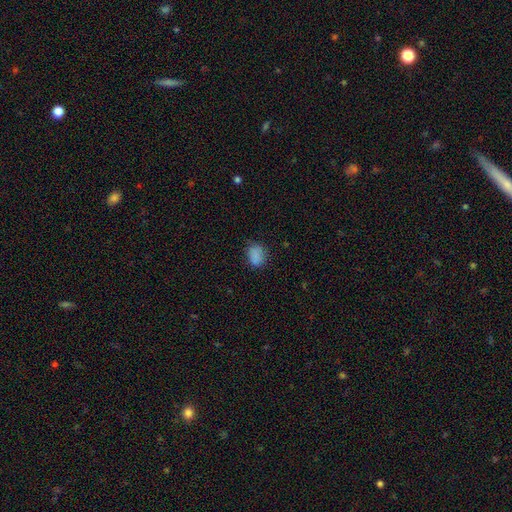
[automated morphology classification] The model was most divided on "how rounded": in between: 62%, round: 37%, cigar-shaped: 1%. More confident: smooth or featured — smooth (84%); merging — none (70%).